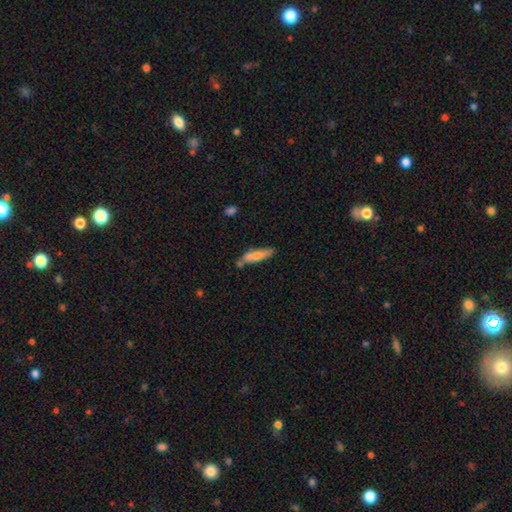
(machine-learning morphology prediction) Smooth or featured? Predicted: smooth (p=0.70). How rounded? Predicted: cigar-shaped (p=0.75). Merging? Predicted: none (p=0.59).